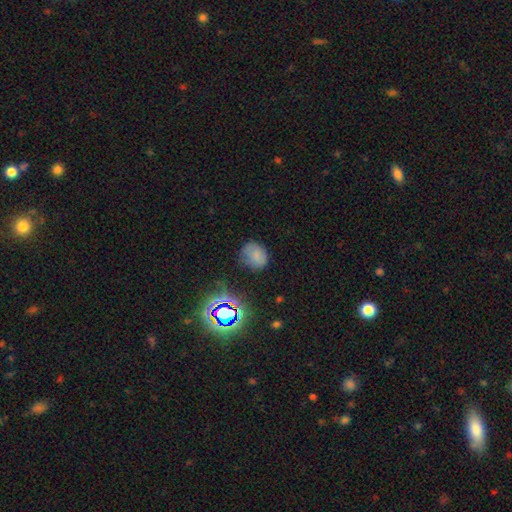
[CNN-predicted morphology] This is likely a smooth galaxy (71%). How rounded: possibly round (53%). Merging: likely none (65%).